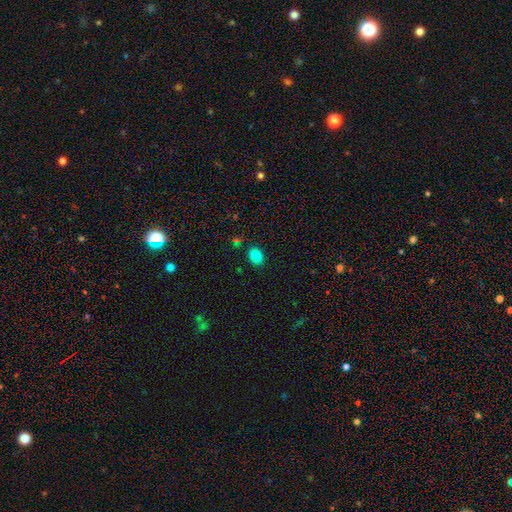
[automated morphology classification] A smooth galaxy with no disk features (85%) that is in between round and cigar-shaped (73%).

Vote fractions:
- Smooth or featured? smooth: 85% / star or artifact: 10% / featured or disk: 4%
- How rounded? in between: 73% / round: 26% / cigar-shaped: 1%
- Merging? none: 85% / minor disturbance: 10% / merger: 3% / major disturbance: 3%